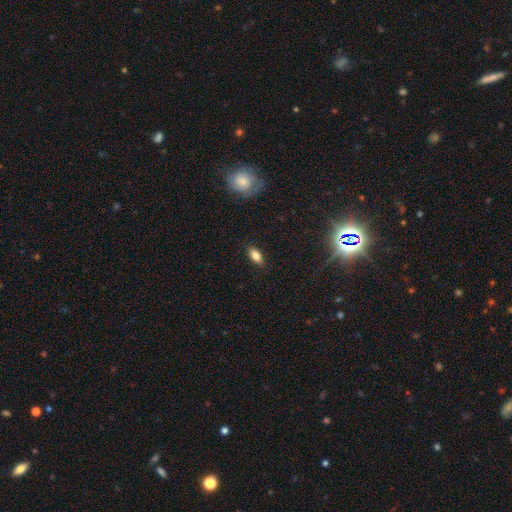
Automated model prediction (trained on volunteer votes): Morphology: type=smooth (83%); roundness=in between (86%); merging=none (86%).